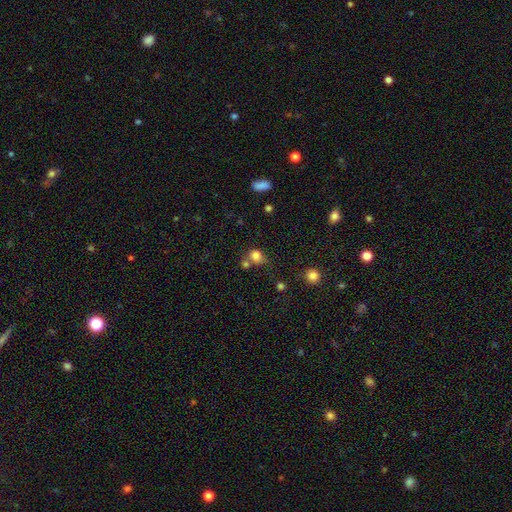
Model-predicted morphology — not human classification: A smooth galaxy with no disk features (80%) that is round (68%). Merging: none (47%).